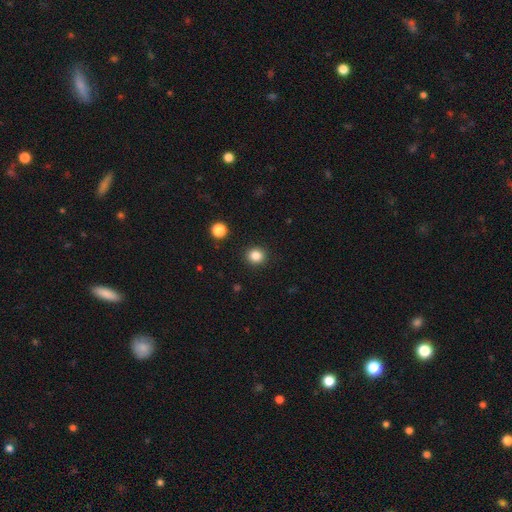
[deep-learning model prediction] Q: Smooth or featured?
A: smooth (84%); runner-up: star or artifact (12%)
Q: How rounded?
A: round (89%); runner-up: in between (10%)
Q: Merging?
A: none (92%); runner-up: minor disturbance (5%)